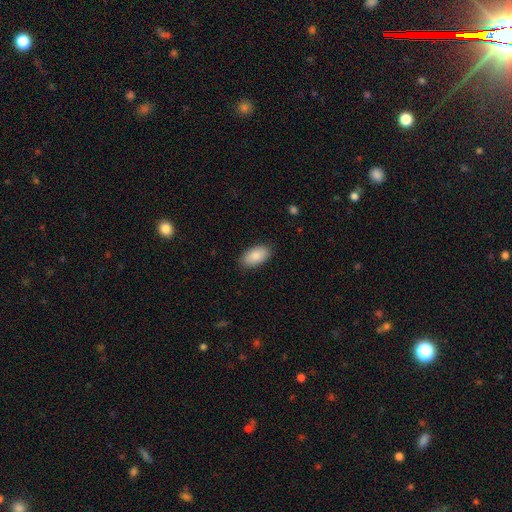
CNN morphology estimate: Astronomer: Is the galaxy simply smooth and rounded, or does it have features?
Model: smooth — 86%.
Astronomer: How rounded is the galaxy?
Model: in between — 95%.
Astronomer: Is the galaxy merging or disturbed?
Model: none — 86%.